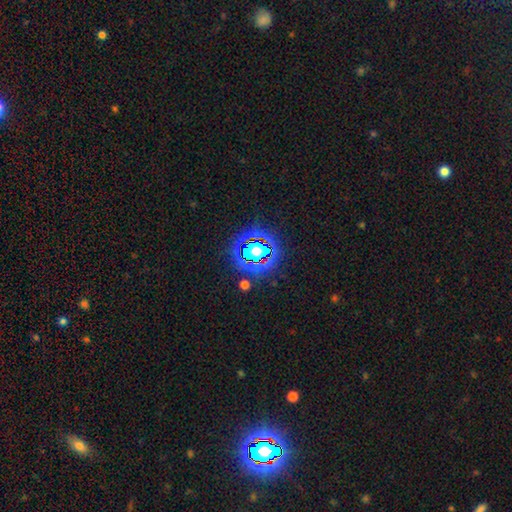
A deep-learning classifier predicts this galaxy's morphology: type=star or artifact (78%).